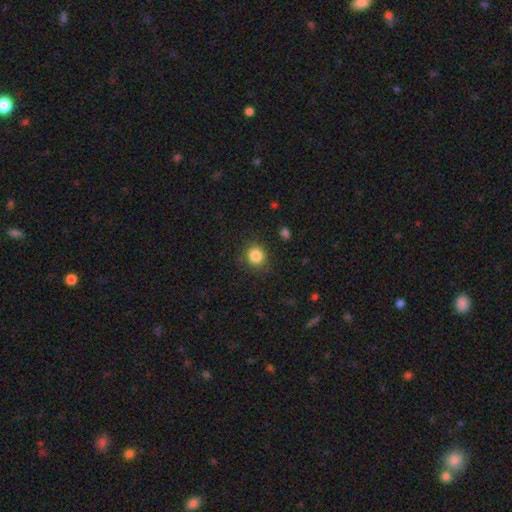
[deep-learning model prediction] The model was most divided on "how rounded": round: 85%, in between: 14%, cigar-shaped: 1%. More confident: merging — none (88%); smooth or featured — smooth (85%).